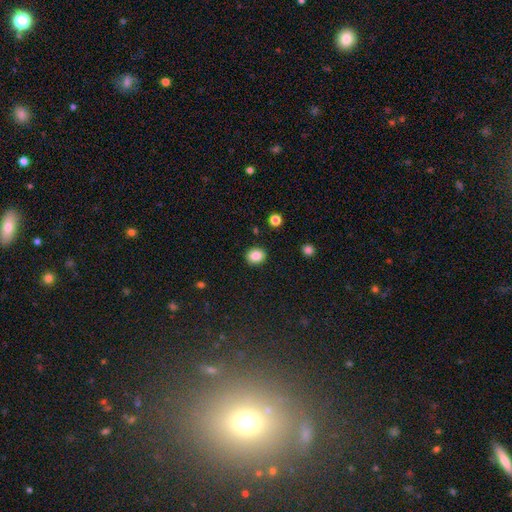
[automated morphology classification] Smooth or featured? smooth (86%)
How rounded? round (68%)
Merging? none (90%)